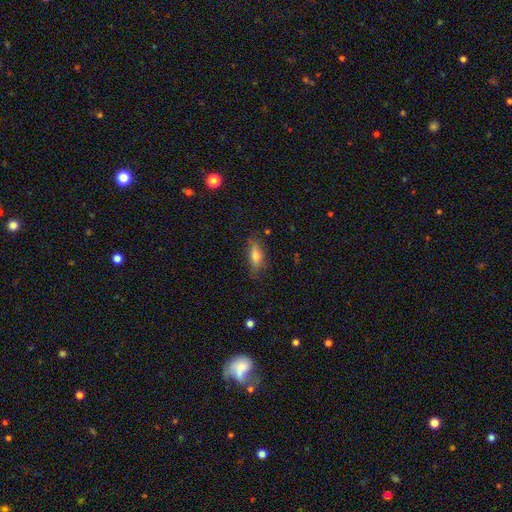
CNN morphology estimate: Smooth or featured: smooth — 71% (featured or disk — 21%)
How rounded: in between — 64% (cigar-shaped — 32%)
Merging: none — 75% (minor disturbance — 18%)